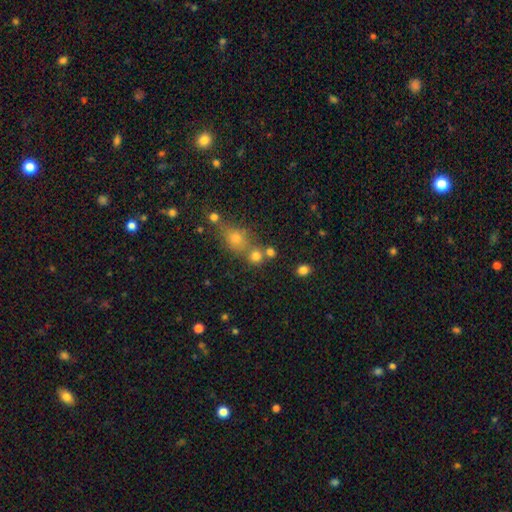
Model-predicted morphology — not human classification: smooth 74%, star or artifact 17%, featured or disk 9%. Down the decision tree: how rounded — round (85%); merging — none (57%).